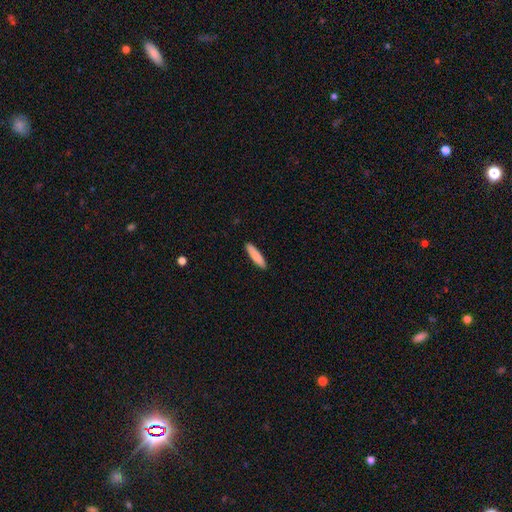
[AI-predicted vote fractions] Smooth or featured? smooth (86%)
How rounded? cigar-shaped (80%)
Merging? none (90%)